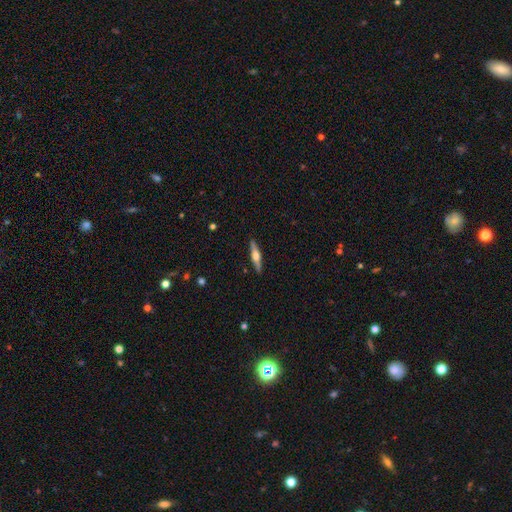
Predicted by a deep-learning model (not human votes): smooth_or_featured: featured or disk (p=0.63) [alt: smooth p=0.31]
disk_edge_on: yes (p=0.97) [alt: no p=0.03]
edge_on_bulge: rounded (p=0.91) [alt: boxy p=0.06]
merging: none (p=0.91) [alt: minor disturbance p=0.07]